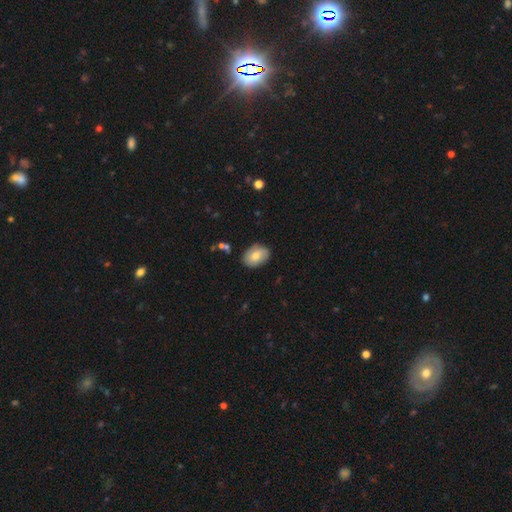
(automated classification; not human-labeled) Overall: smooth (71%). How rounded: in between (80%). Merging: none (82%).